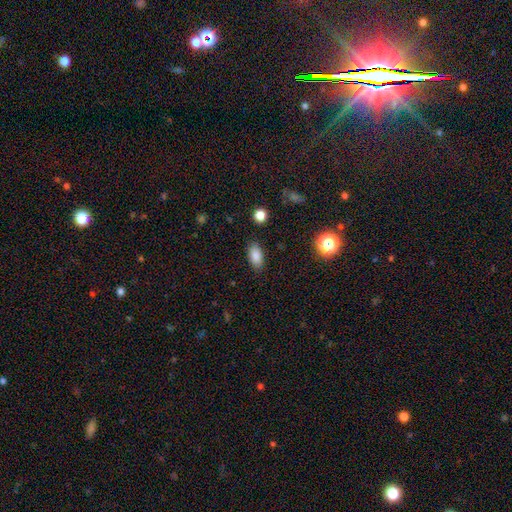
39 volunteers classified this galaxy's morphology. Smooth or featured? smooth (82%)
How rounded? in between (91%)
Merging? none (89%)